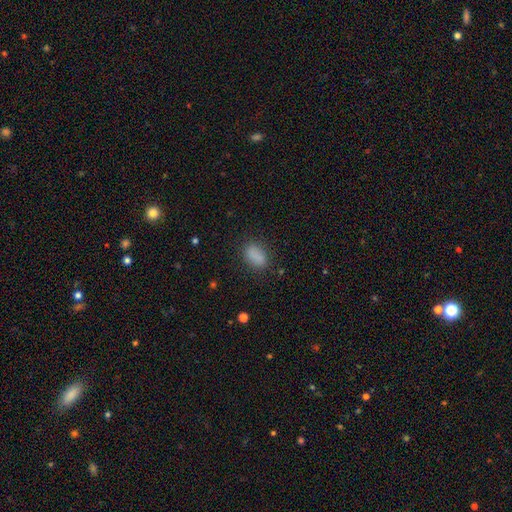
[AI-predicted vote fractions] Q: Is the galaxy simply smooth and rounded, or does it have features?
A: smooth — 85%.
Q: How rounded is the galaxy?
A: in between — 87%.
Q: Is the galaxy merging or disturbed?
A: none — 80%.